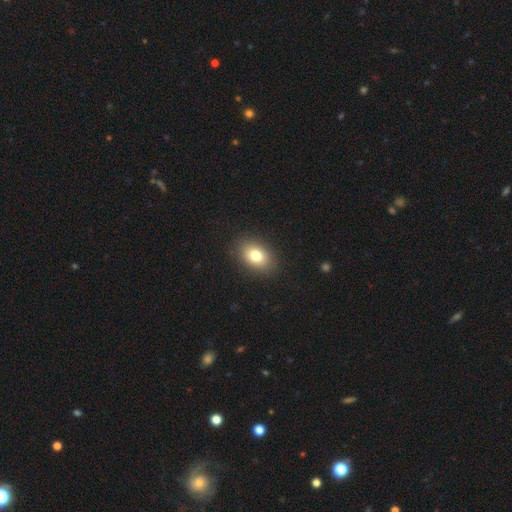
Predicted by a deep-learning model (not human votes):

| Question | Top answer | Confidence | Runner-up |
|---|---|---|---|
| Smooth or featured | smooth | 78% | featured or disk (12%) |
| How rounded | in between | 78% | round (20%) |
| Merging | none | 88% | minor disturbance (8%) |